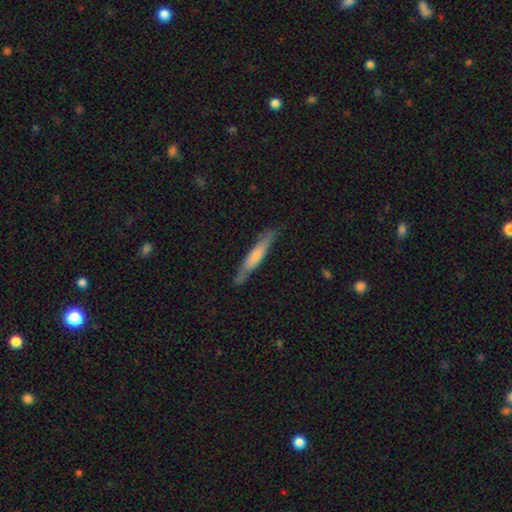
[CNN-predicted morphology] smooth_or_featured: featured or disk (p=0.52) [alt: smooth p=0.40]
disk_edge_on: yes (p=0.92) [alt: no p=0.08]
merging: none (p=0.86) [alt: minor disturbance p=0.11]